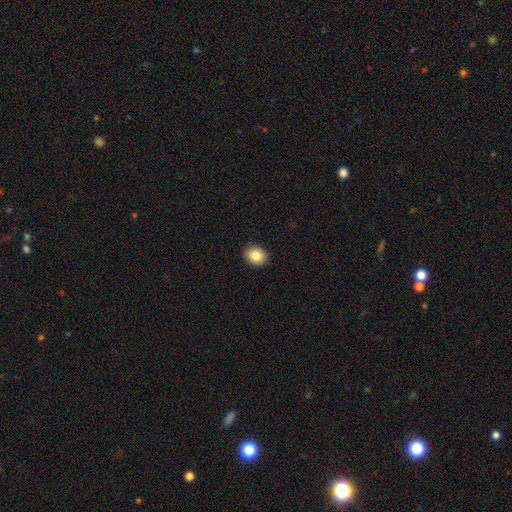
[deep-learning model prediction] Morphology: type=smooth (84%); roundness=round (59%); merging=none (91%).